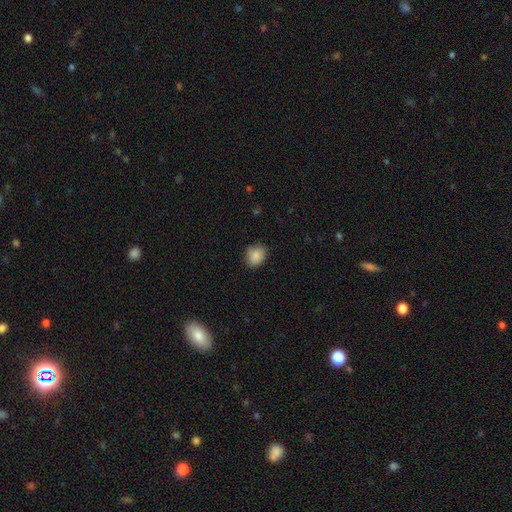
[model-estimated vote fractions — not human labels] Smooth or featured? Predicted: smooth (p=0.86). How rounded? Predicted: round (p=0.57). Merging? Predicted: none (p=0.78).